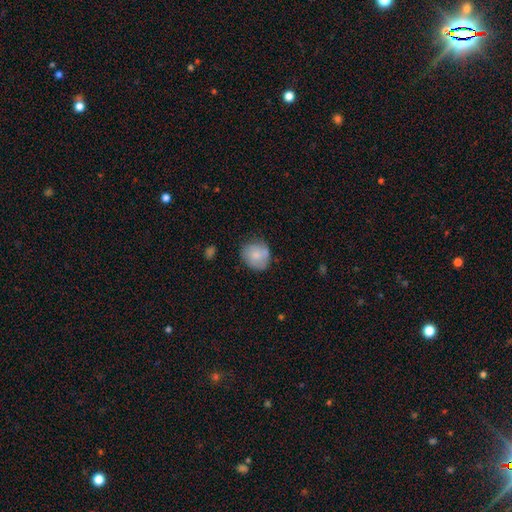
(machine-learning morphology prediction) This is likely a smooth galaxy (77%). How rounded: likely round (78%). Merging: likely none (64%).